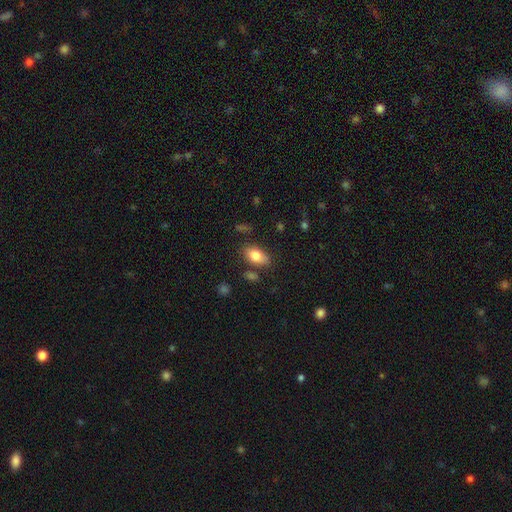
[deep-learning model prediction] A smooth galaxy with no disk features (80%) that is in between round and cigar-shaped (91%).

Vote fractions:
- Smooth or featured? smooth: 80% / featured or disk: 12% / star or artifact: 7%
- How rounded? in between: 91% / round: 6% / cigar-shaped: 4%
- Merging? none: 78% / minor disturbance: 14% / merger: 5% / major disturbance: 3%